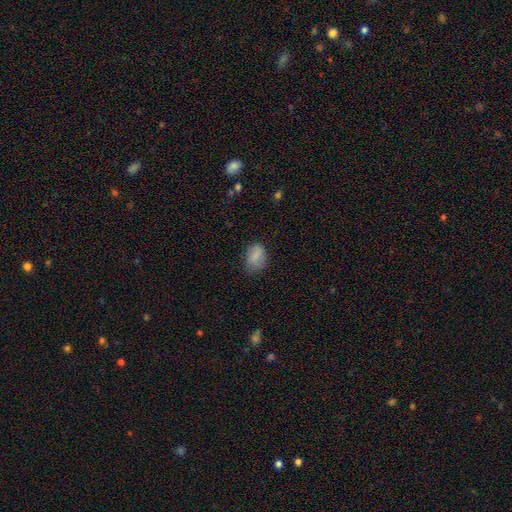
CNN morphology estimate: A smooth galaxy with no disk features (85%) that is in between round and cigar-shaped (81%).

Vote fractions:
- Smooth or featured? smooth: 85% / star or artifact: 9% / featured or disk: 6%
- How rounded? in between: 81% / round: 17% / cigar-shaped: 1%
- Merging? none: 68% / minor disturbance: 25% / major disturbance: 6% / merger: 1%